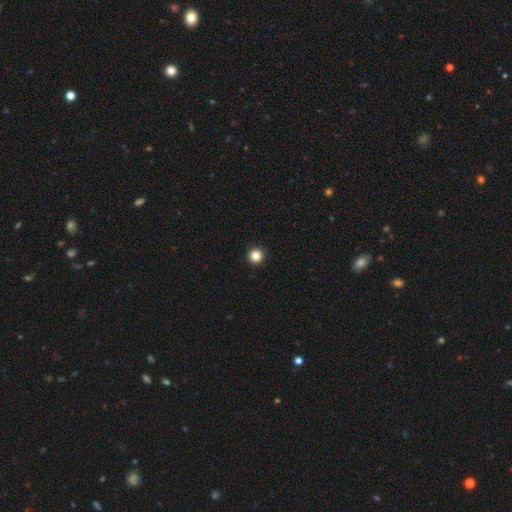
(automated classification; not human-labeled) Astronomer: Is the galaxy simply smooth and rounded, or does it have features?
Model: smooth — 84%.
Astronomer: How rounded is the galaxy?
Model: round — 96%.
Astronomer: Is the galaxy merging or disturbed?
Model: none — 94%.